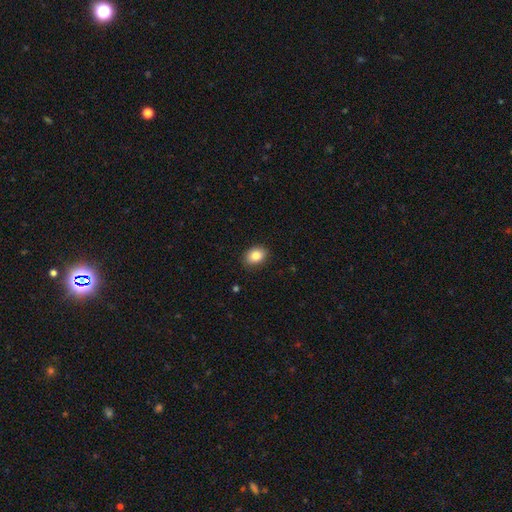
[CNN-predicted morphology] Smooth or featured: smooth — 85% (star or artifact — 8%)
How rounded: in between — 71% (round — 28%)
Merging: none — 87% (minor disturbance — 10%)